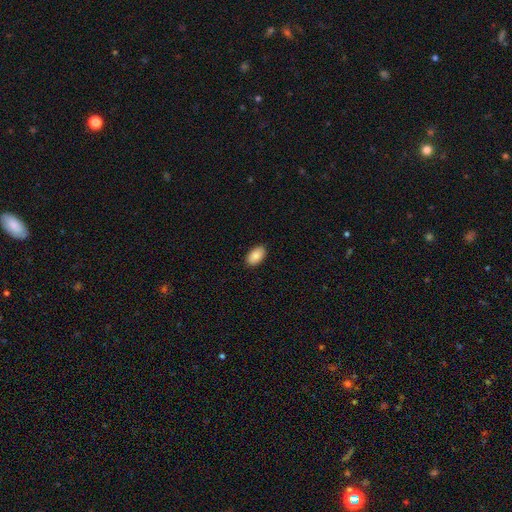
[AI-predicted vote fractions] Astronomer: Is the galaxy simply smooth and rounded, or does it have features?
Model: smooth — 89%.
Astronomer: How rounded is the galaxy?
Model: in between — 95%.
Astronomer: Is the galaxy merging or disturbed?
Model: none — 90%.